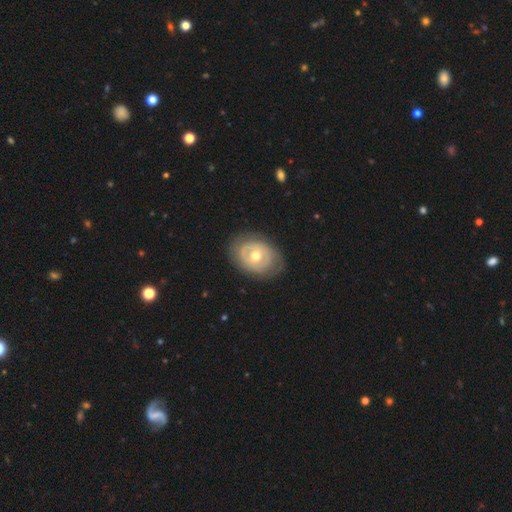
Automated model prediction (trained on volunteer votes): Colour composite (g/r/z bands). It shows a featured or disk galaxy (61%) with no bar (81%), no spiral arms (69%) and a moderate central bulge (77%). Merging: none (77%).